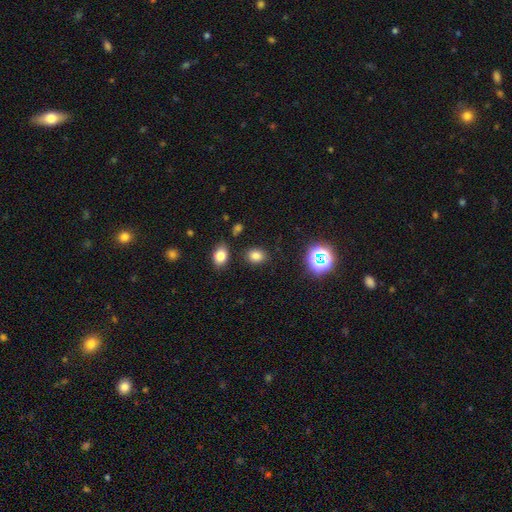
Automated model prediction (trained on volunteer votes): smooth-or-featured: smooth: 79% | star or artifact: 15% | featured or disk: 6%
  how-rounded: round: 49% (tied) | in between: 49% (tied) | cigar-shaped: 1%
  merging: none: 83% | minor disturbance: 10% | merger: 4% | major disturbance: 3%